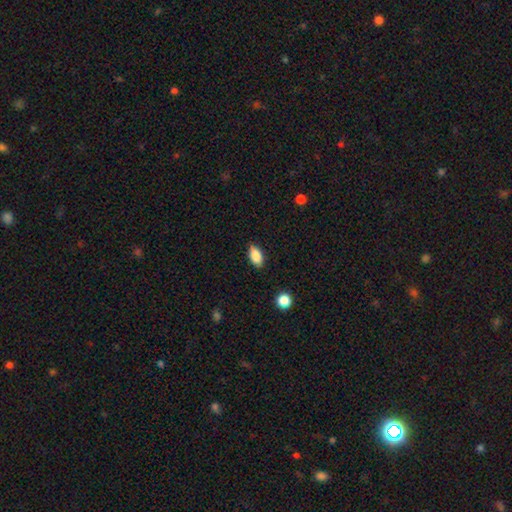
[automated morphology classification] A smooth galaxy with no disk features (86%) that is in between round and cigar-shaped (91%). Merging: none (85%).